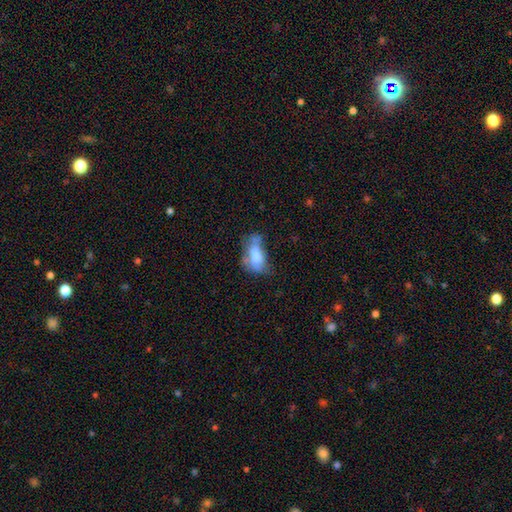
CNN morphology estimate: A smooth galaxy with no disk features (64%) that is in between round and cigar-shaped (88%). Merging: none (32%).